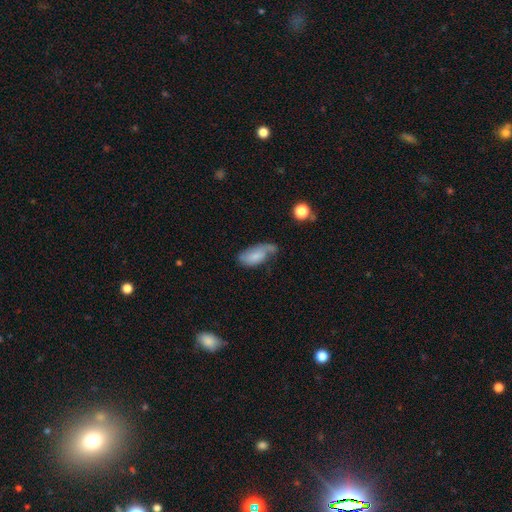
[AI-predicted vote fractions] Smooth or featured? Predicted: smooth (p=0.60). How rounded? Predicted: in between (p=0.90). Merging? Predicted: none (p=0.35, tied with minor disturbance).